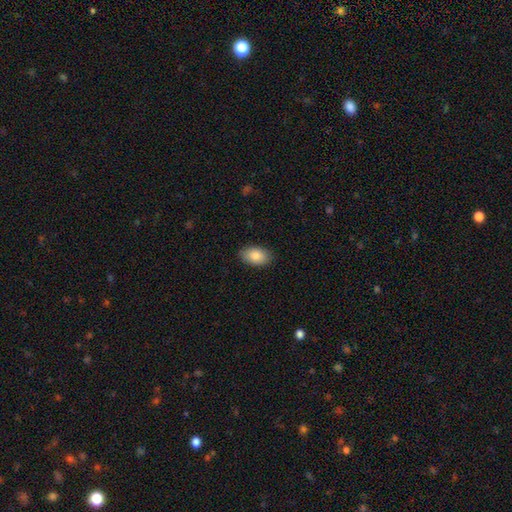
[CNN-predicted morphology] Smooth or featured? smooth (87%)
How rounded? in between (92%)
Merging? none (88%)